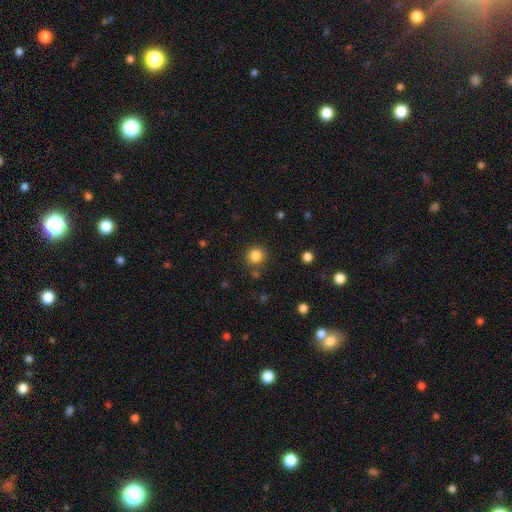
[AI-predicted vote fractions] The model was most divided on "smooth or featured": smooth: 84%, star or artifact: 12%, featured or disk: 4%. More confident: how rounded — round (91%); merging — none (84%).